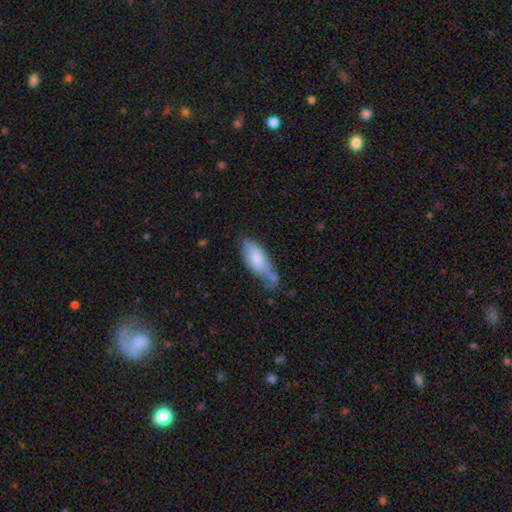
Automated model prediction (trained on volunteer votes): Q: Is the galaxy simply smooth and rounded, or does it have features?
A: smooth — 72%.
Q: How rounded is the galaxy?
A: in between — 75%.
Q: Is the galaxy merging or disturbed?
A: minor disturbance — 38%.